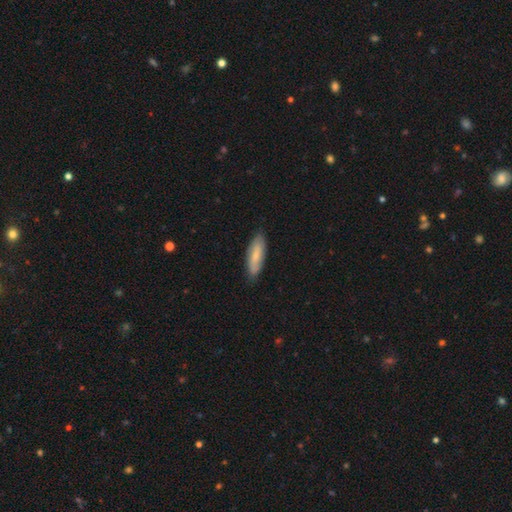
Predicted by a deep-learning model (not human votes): Smooth or featured? smooth (71%)
How rounded? in between (55%)
Merging? none (83%)